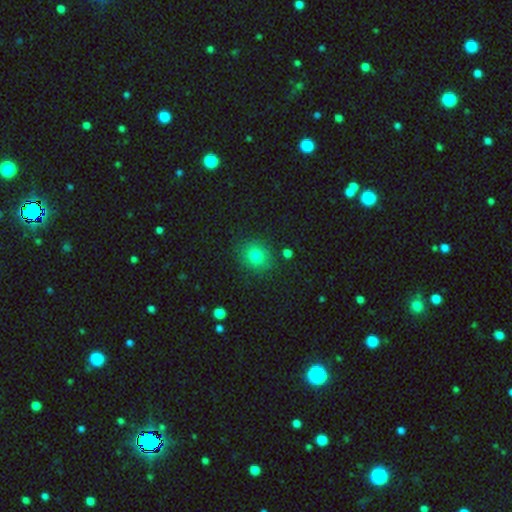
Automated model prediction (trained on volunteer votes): A smooth galaxy with no disk features (79%) that is round (69%). Merging: none (83%).